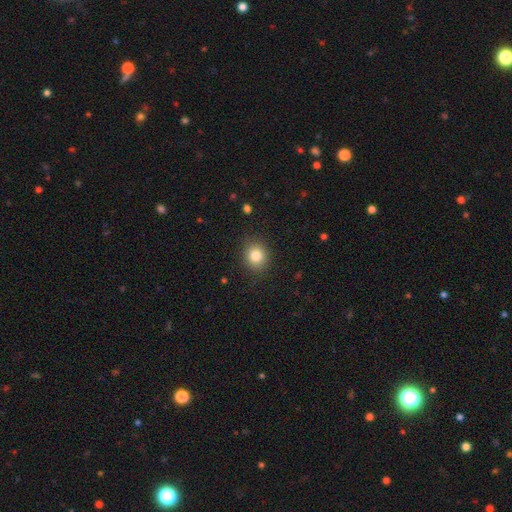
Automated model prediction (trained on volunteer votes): Smooth or featured? smooth (82%)
How rounded? round (74%)
Merging? none (88%)